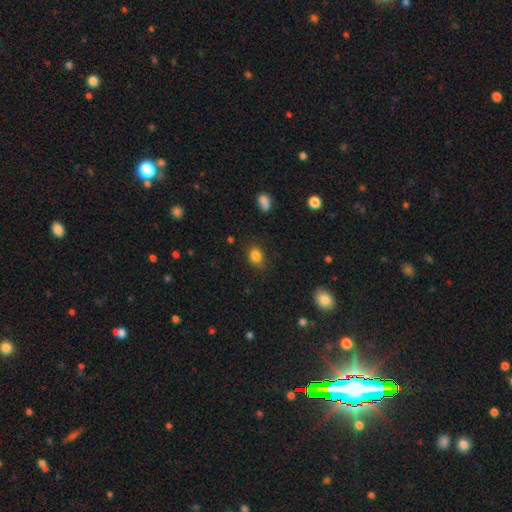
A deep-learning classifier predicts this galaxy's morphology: Smooth or featured: smooth — 84% (star or artifact — 11%)
How rounded: round — 50% (in between — 49%)
Merging: none — 76% (minor disturbance — 18%)